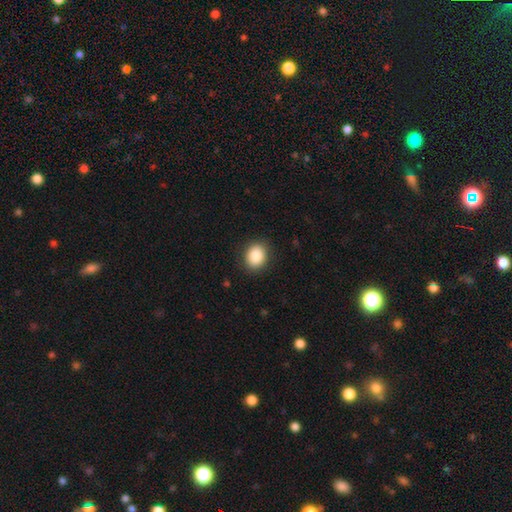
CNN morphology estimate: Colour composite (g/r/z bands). It shows a smooth galaxy with no disk features (86%) that is round (54%). Merging: none (88%).